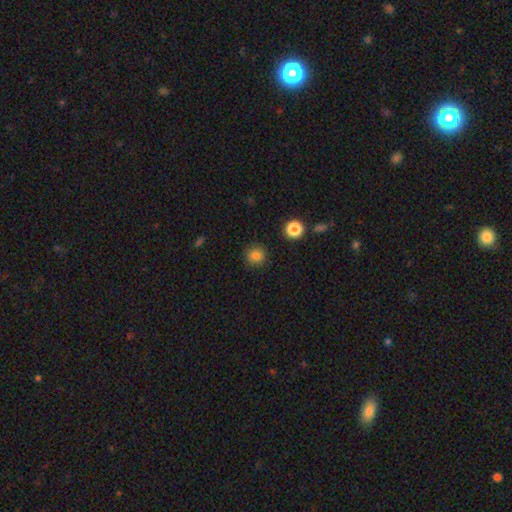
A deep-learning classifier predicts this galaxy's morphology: type=smooth (82%); roundness=round (91%); merging=none (89%).